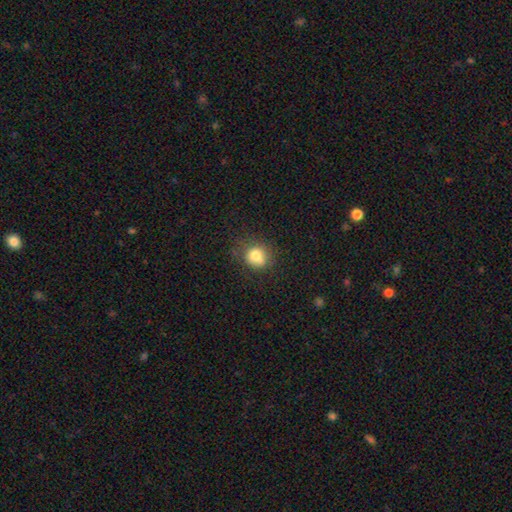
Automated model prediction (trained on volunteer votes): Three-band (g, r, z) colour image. It shows a smooth galaxy with no disk features (78%) that is round (80%). Merging: none (66%).